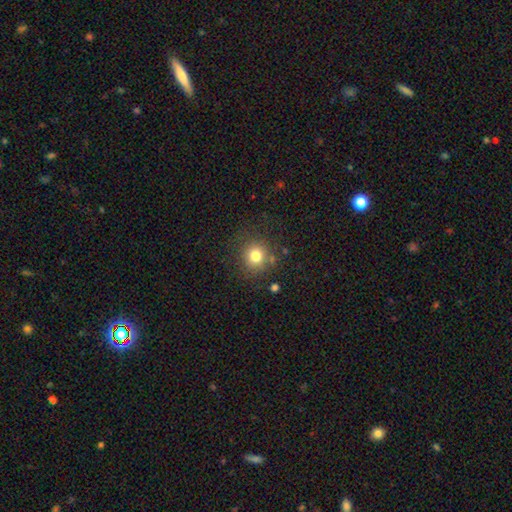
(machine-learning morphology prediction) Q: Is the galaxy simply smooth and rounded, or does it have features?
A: smooth — 79%.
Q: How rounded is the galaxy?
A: round — 90%.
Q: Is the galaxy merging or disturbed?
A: none — 82%.